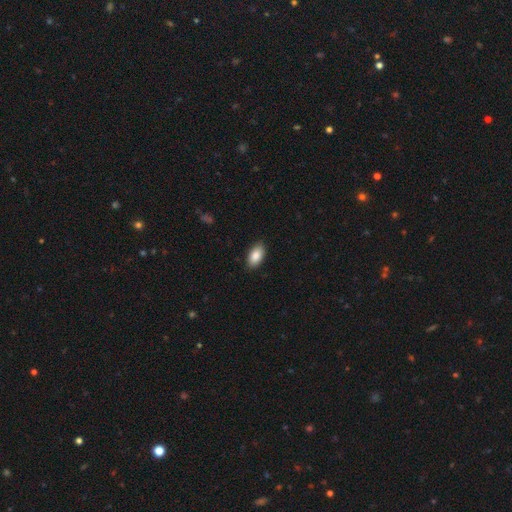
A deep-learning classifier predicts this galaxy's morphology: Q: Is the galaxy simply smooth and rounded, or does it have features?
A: smooth — 87%.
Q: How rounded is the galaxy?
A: in between — 94%.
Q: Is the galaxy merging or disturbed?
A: none — 89%.